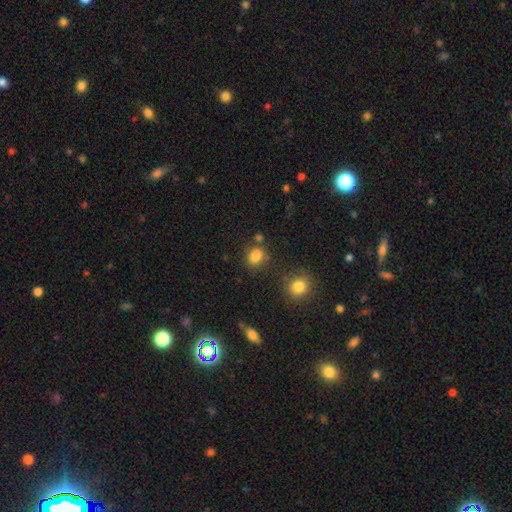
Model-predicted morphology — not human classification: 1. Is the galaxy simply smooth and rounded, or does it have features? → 83% smooth, 12% star or artifact, 5% featured or disk.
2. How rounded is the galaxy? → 56% in between, 43% round, 1% cigar-shaped.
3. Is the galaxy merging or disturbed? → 71% none, 14% minor disturbance, 10% merger, 4% major disturbance.